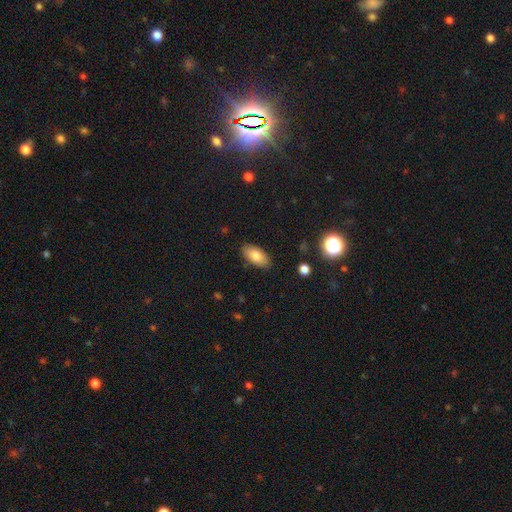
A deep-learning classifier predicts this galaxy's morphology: Smooth or featured? smooth (81%)
How rounded? in between (91%)
Merging? none (87%)